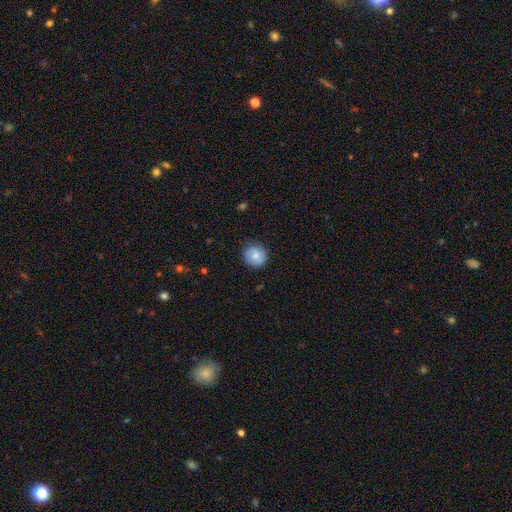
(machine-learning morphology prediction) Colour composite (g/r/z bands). It shows a smooth galaxy with no disk features (69%) that is round (89%). Merging: none (80%).